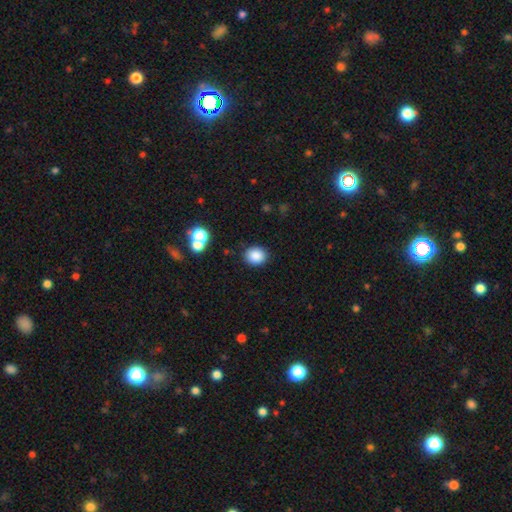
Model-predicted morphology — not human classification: A smooth galaxy with no disk features (85%) that is round (71%).

Vote fractions:
- Smooth or featured? smooth: 85% / star or artifact: 10% / featured or disk: 4%
- How rounded? round: 71% / in between: 28% / cigar-shaped: 1%
- Merging? none: 87% / minor disturbance: 8% / merger: 3% / major disturbance: 3%